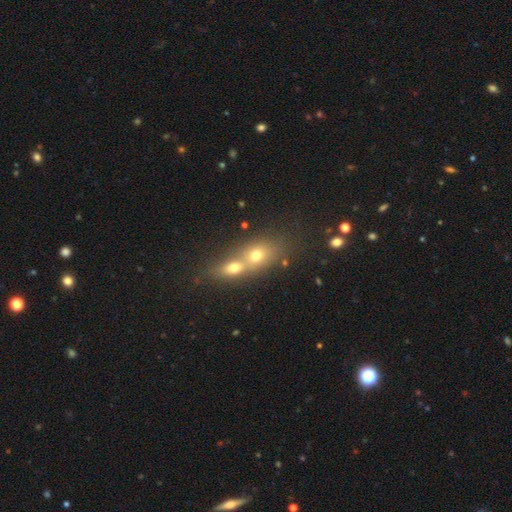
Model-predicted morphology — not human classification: Q: Smooth or featured?
A: smooth (63%); runner-up: featured or disk (22%)
Q: How rounded?
A: in between (51%); runner-up: round (42%)
Q: Merging?
A: merger (70%); runner-up: none (22%)